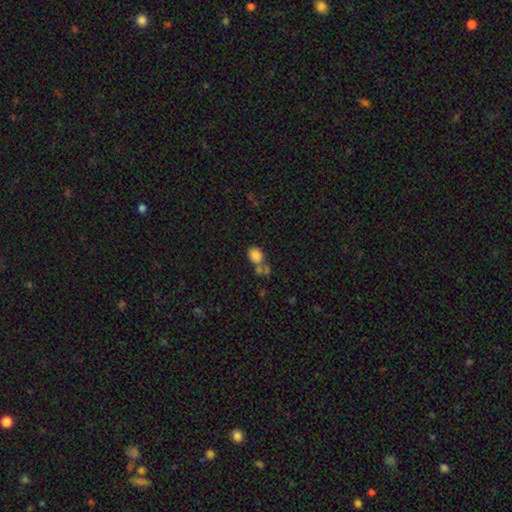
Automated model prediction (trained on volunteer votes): Smooth or featured? Predicted: smooth (p=0.82). How rounded? Predicted: in between (p=0.54). Merging? Predicted: none (p=0.44).